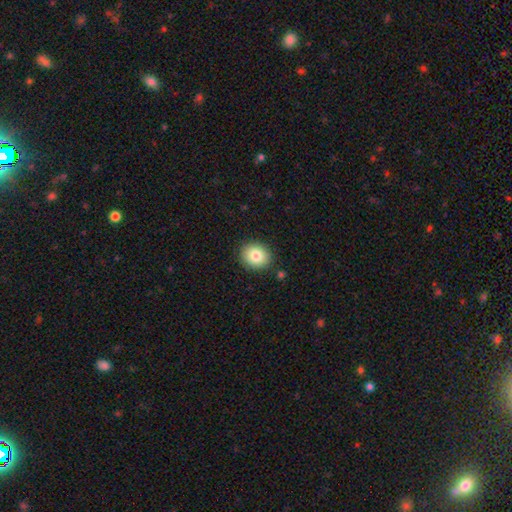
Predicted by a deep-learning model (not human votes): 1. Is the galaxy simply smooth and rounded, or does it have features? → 83% smooth, 9% star or artifact, 8% featured or disk.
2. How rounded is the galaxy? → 69% round, 30% in between, 1% cigar-shaped.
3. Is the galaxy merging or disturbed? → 89% none, 8% minor disturbance, 2% major disturbance, 2% merger.